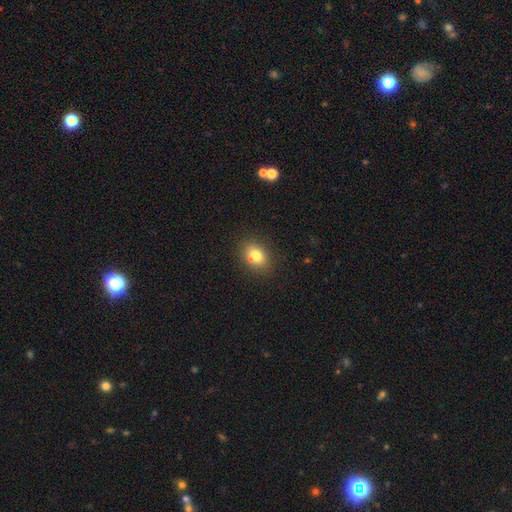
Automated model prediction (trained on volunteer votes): Smooth or featured? smooth (78%)
How rounded? in between (58%)
Merging? none (77%)